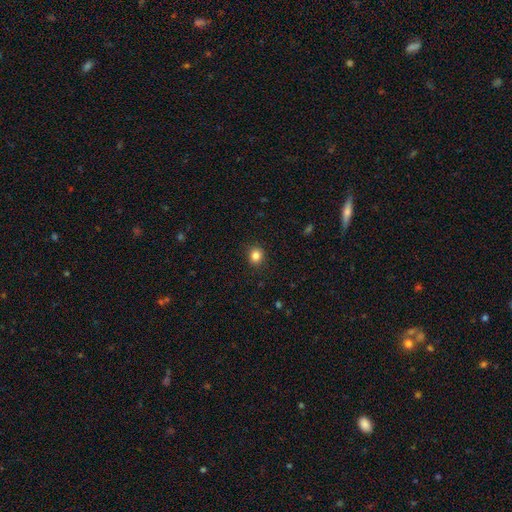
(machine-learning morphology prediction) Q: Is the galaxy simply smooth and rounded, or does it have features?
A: smooth — 84%.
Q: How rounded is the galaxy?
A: round — 78%.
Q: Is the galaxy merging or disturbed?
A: none — 89%.